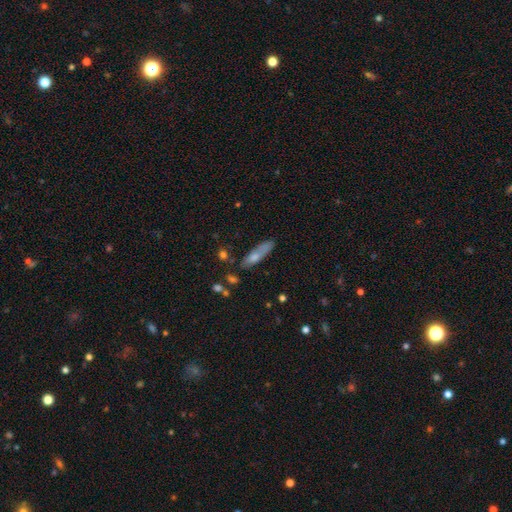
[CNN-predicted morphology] A smooth galaxy with no disk features (67%) that is cigar-shaped (67%).

Vote fractions:
- Smooth or featured? smooth: 67% / featured or disk: 25% / star or artifact: 8%
- How rounded? cigar-shaped: 67% / in between: 30% / round: 2%
- Merging? none: 62% / minor disturbance: 24% / major disturbance: 8% / merger: 6%